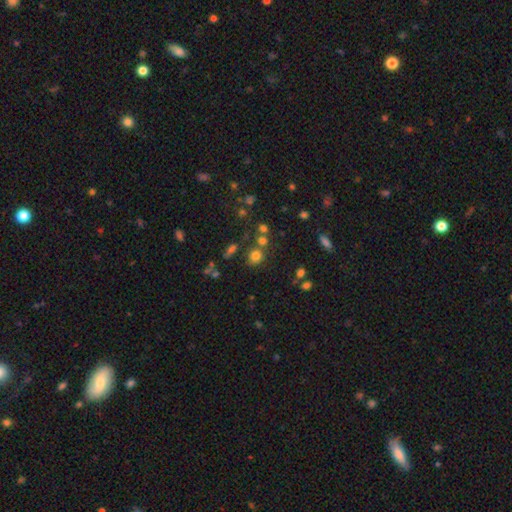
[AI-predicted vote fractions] Q: Smooth or featured?
A: smooth (73%); runner-up: star or artifact (20%)
Q: How rounded?
A: round (80%); runner-up: in between (18%)
Q: Merging?
A: none (70%); runner-up: merger (14%)